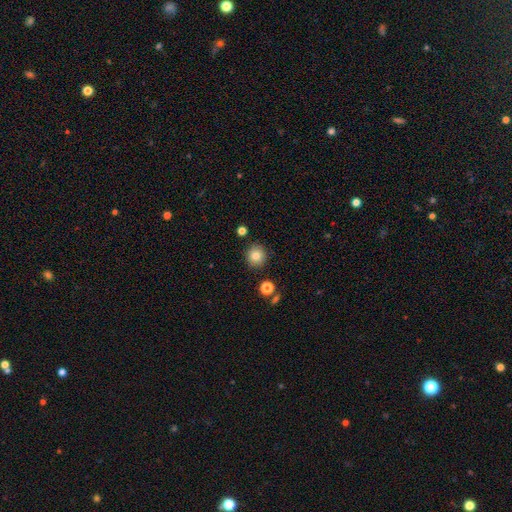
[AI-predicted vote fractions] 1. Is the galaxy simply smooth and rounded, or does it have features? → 83% smooth, 10% star or artifact, 7% featured or disk.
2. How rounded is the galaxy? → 90% round, 9% in between, 1% cigar-shaped.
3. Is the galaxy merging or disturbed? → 88% none, 7% minor disturbance, 3% merger, 2% major disturbance.